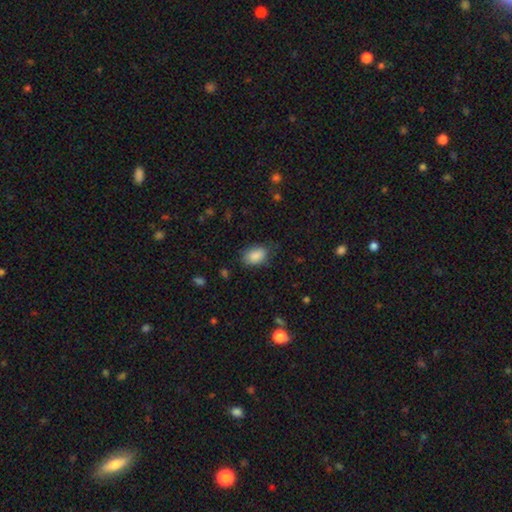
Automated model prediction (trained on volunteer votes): smooth-or-featured: smooth: 88% | star or artifact: 8% | featured or disk: 5%
  how-rounded: in between: 88% | round: 10% | cigar-shaped: 1%
  merging: none: 73% | minor disturbance: 20% | major disturbance: 6% | merger: 1%